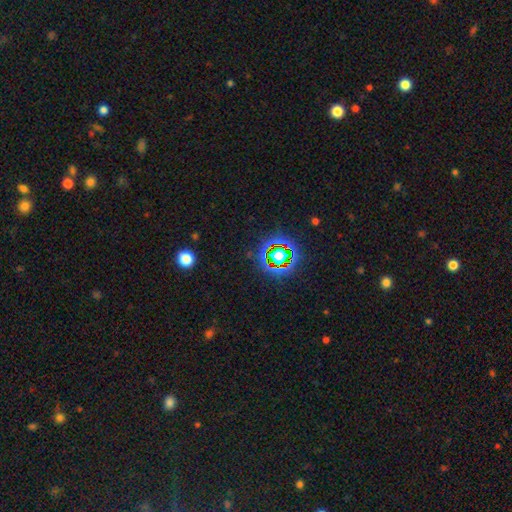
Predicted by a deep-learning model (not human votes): A star or artifact, not a galaxy (72%).